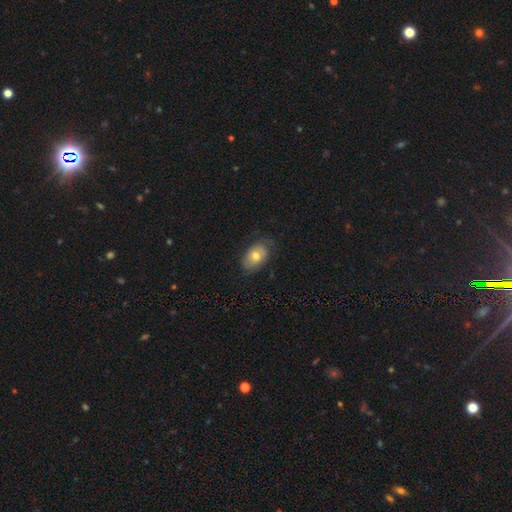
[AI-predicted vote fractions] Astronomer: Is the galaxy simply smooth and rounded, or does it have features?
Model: smooth — 68%.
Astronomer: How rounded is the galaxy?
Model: in between — 87%.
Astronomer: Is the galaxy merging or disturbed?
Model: none — 68%.